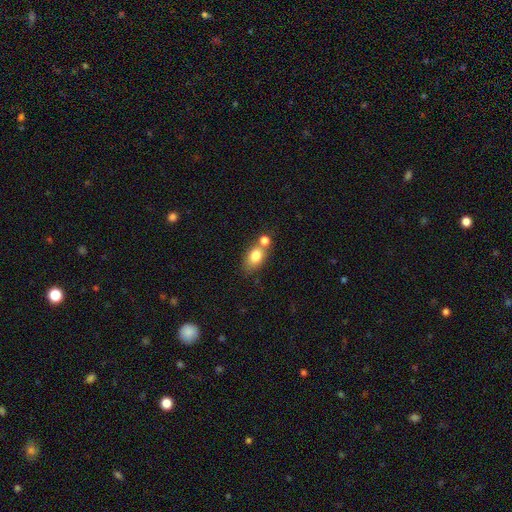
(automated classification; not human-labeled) smooth_or_featured: smooth (p=0.78) [alt: featured or disk p=0.13]
how_rounded: in between (p=0.75) [alt: round p=0.23]
merging: none (p=0.45) [alt: merger p=0.39]